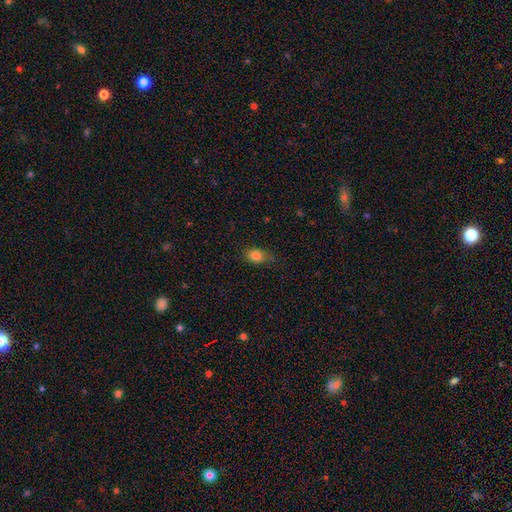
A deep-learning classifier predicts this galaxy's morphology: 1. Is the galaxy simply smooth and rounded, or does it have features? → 83% smooth, 10% star or artifact, 7% featured or disk.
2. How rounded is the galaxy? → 64% in between, 34% round, 2% cigar-shaped.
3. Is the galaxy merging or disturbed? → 74% none, 20% minor disturbance, 4% major disturbance, 1% merger.